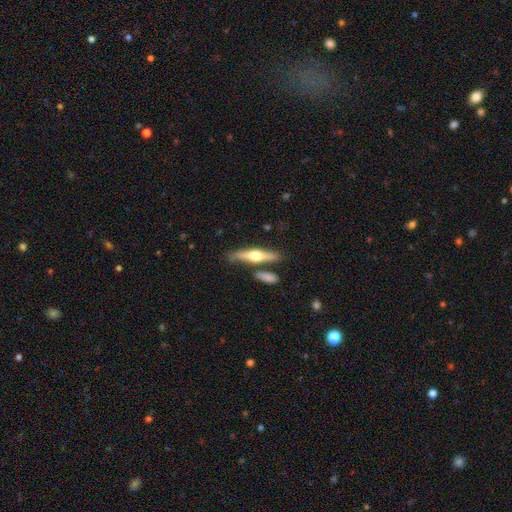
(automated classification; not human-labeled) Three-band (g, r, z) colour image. It shows a featured or disk galaxy (58%) viewed edge-on (93%) with a rounded central bulge (93%). Merging: none (72%).